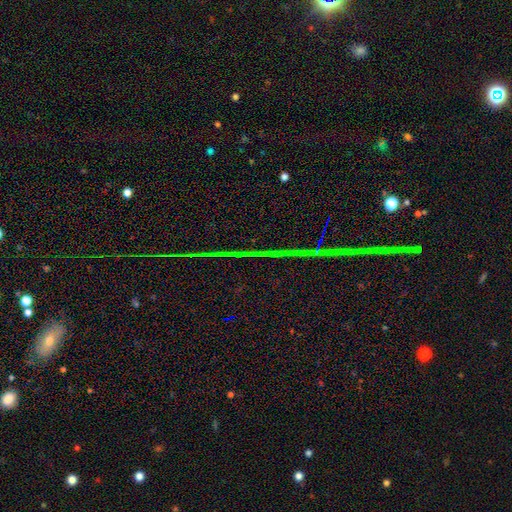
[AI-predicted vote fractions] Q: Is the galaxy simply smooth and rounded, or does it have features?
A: star or artifact — 82%.